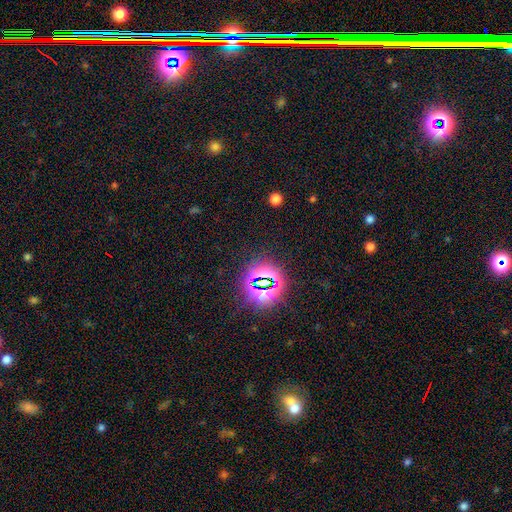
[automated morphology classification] The model was most divided on "smooth or featured": star or artifact: 72%, smooth: 19%, featured or disk: 9%.